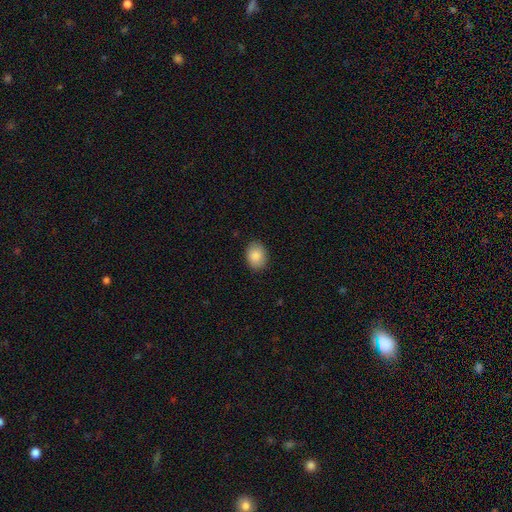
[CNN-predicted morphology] Smooth or featured? Predicted: smooth (p=0.88). How rounded? Predicted: in between (p=0.68). Merging? Predicted: none (p=0.88).